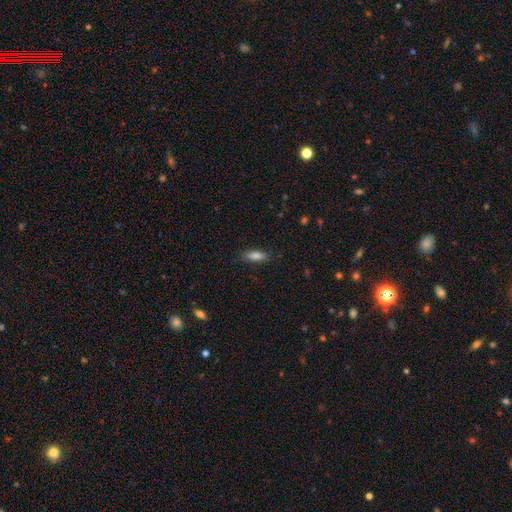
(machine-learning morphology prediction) Q: Smooth or featured?
A: smooth (83%); runner-up: featured or disk (10%)
Q: How rounded?
A: in between (62%); runner-up: cigar-shaped (36%)
Q: Merging?
A: none (83%); runner-up: minor disturbance (13%)